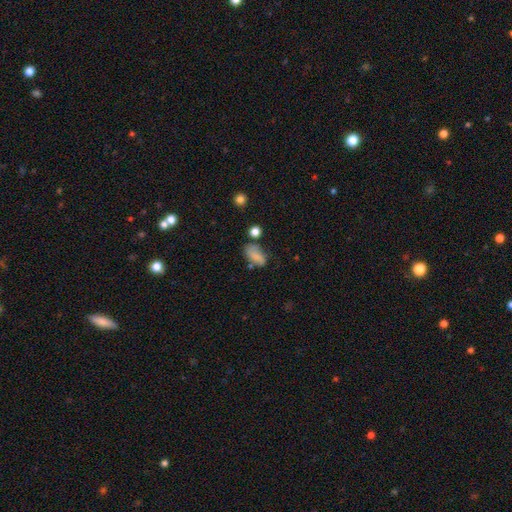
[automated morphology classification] This appears to be a smooth galaxy with no disk features (80%) that is in between round and cigar-shaped (87%). Merging: none (51%).